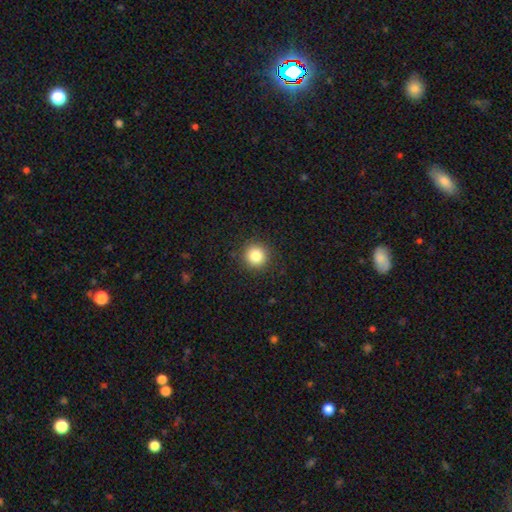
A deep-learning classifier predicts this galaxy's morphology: Smooth or featured?
  - smooth: 84% *
  - star or artifact: 11%
  - featured or disk: 5%
How rounded?
  - round: 94% *
  - in between: 5%
  - cigar-shaped: 1%
Merging?
  - none: 91% *
  - minor disturbance: 6%
  - major disturbance: 2%
  - merger: 1%